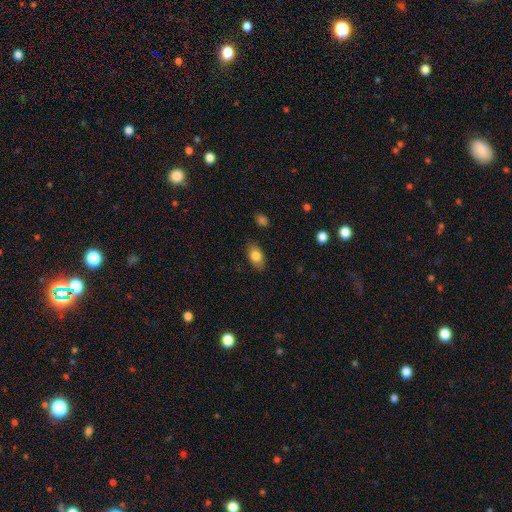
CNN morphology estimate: The model was most divided on "smooth or featured": smooth: 81%, featured or disk: 12%, star or artifact: 8%. More confident: how rounded — in between (88%); merging — none (84%).